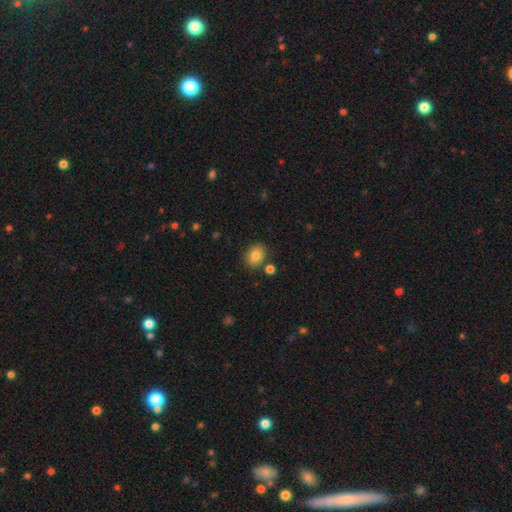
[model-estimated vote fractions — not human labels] smooth_or_featured: smooth (p=0.82) [alt: star or artifact p=0.09]
how_rounded: in between (p=0.50) [alt: round p=0.49]
merging: none (p=0.81) [alt: minor disturbance p=0.10]